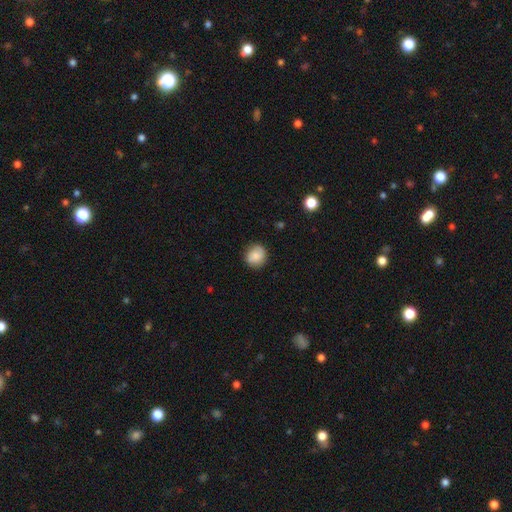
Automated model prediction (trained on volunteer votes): smooth 83%, featured or disk 9%, star or artifact 8%. Down the decision tree: how rounded — round (84%); merging — none (86%).